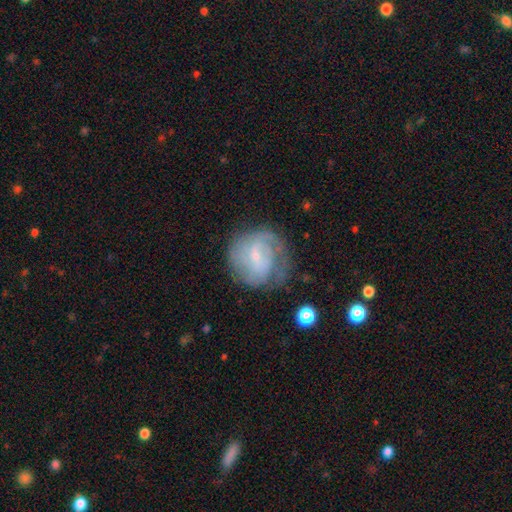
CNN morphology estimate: Overall: featured or disk (71%). Edge-on disk: no (98%). Bar: weak (52%; no 37%). Spiral arms: yes (89%). Spiral arm count: can't tell (38%; 2 33%). Spiral winding: tight (51%; medium 36%). Bulge size: small (73%). Merging: none (58%; minor disturbance 23%).